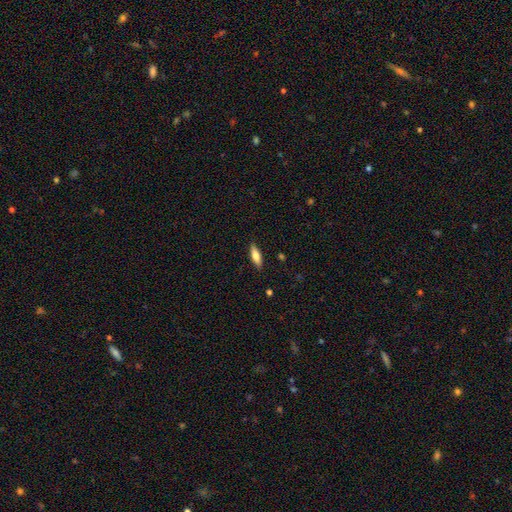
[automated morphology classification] This appears to be a smooth galaxy with no disk features (70%) that is cigar-shaped (50%). Merging: none (88%).